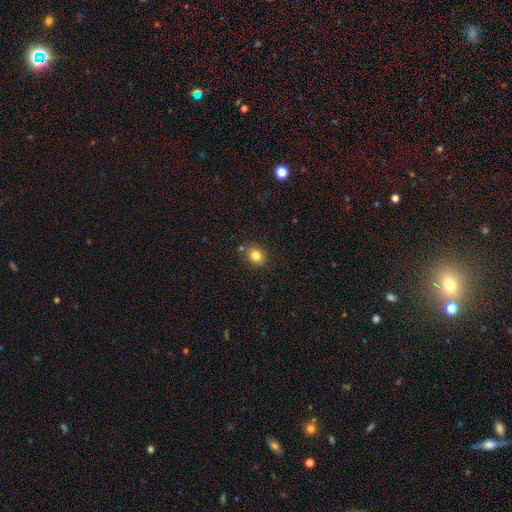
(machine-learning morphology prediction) Smooth or featured?
  - smooth: 81% *
  - star or artifact: 11%
  - featured or disk: 7%
How rounded?
  - round: 64% *
  - in between: 35%
  - cigar-shaped: 1%
Merging?
  - none: 79% *
  - minor disturbance: 12%
  - merger: 6%
  - major disturbance: 3%